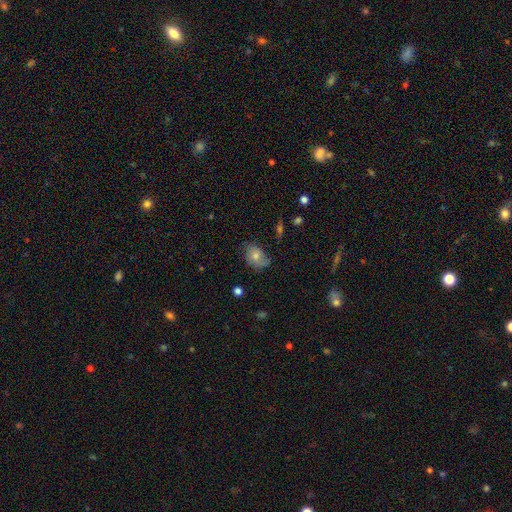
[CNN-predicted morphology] Smooth or featured? smooth (46%)
Merging? none (61%)